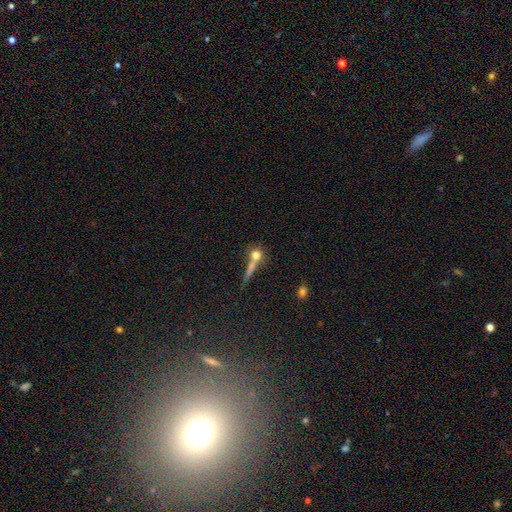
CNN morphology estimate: This appears to be a smooth galaxy with no disk features (65%) that is round (70%). Merging: none (48%).